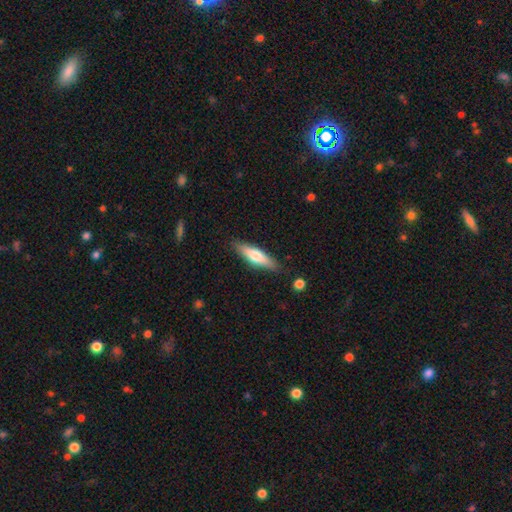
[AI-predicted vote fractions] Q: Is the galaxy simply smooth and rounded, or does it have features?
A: smooth — 59%.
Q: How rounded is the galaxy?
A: cigar-shaped — 66%.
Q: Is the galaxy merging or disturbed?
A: none — 86%.